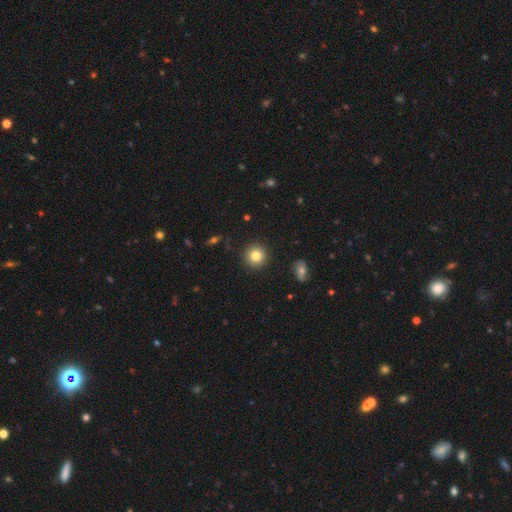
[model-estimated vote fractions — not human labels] smooth_or_featured: smooth (p=0.81) [alt: star or artifact p=0.10]
how_rounded: round (p=0.94) [alt: in between p=0.05]
merging: none (p=0.91) [alt: minor disturbance p=0.05]